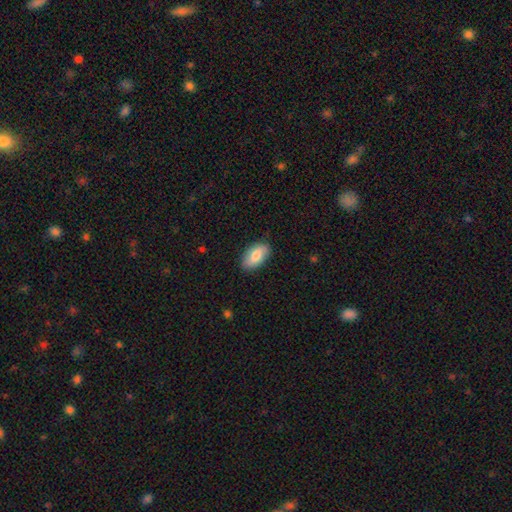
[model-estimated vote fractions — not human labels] A smooth galaxy with no disk features (79%) that is in between round and cigar-shaped (93%). Merging: none (84%).